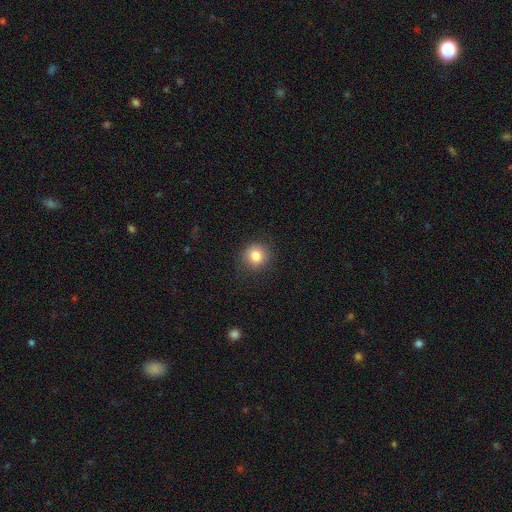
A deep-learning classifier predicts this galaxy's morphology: A smooth galaxy with no disk features (83%) that is round (88%).

Vote fractions:
- Smooth or featured? smooth: 83% / star or artifact: 10% / featured or disk: 7%
- How rounded? round: 88% / in between: 11% / cigar-shaped: 1%
- Merging? none: 85% / minor disturbance: 10% / major disturbance: 3% / merger: 1%